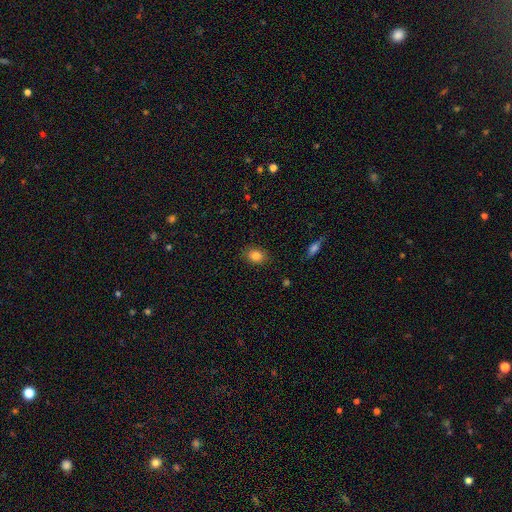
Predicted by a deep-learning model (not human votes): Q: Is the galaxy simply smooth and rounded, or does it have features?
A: smooth — 84%.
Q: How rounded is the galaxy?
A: in between — 58%.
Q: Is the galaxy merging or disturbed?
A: none — 86%.